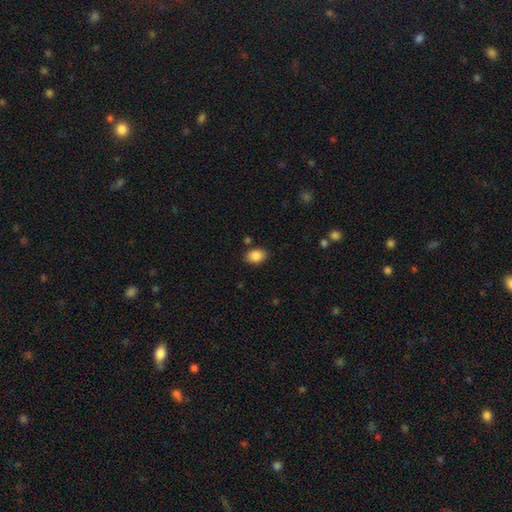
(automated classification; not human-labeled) Smooth or featured: smooth — 86% (star or artifact — 8%)
How rounded: in between — 77% (round — 22%)
Merging: none — 83% (minor disturbance — 11%)